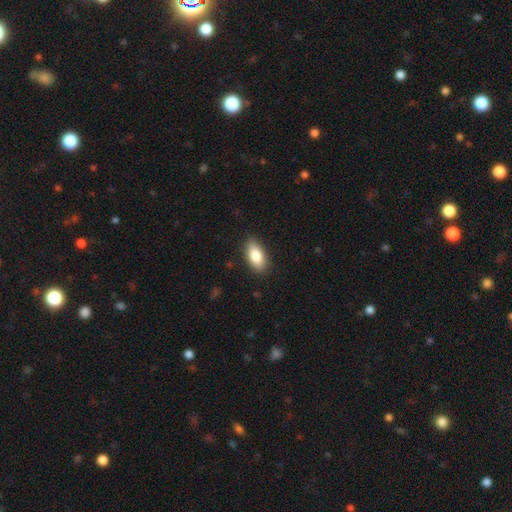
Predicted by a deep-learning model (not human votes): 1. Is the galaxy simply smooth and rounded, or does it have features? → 83% smooth, 10% featured or disk, 7% star or artifact.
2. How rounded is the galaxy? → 89% in between, 7% cigar-shaped, 4% round.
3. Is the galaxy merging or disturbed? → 88% none, 9% minor disturbance, 2% major disturbance, 1% merger.